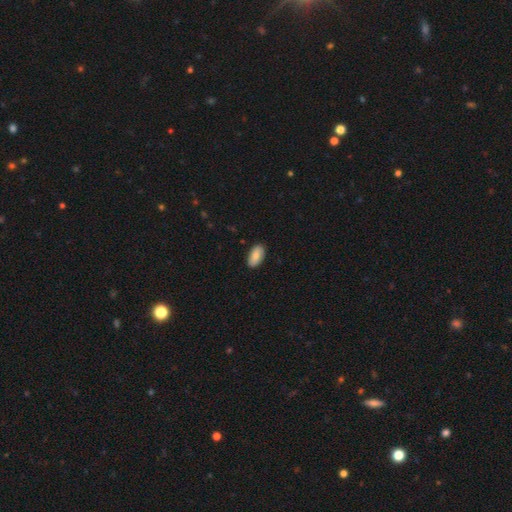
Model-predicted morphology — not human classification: smooth 83%, featured or disk 11%, star or artifact 6%. Down the decision tree: how rounded — in between (95%); merging — none (88%).